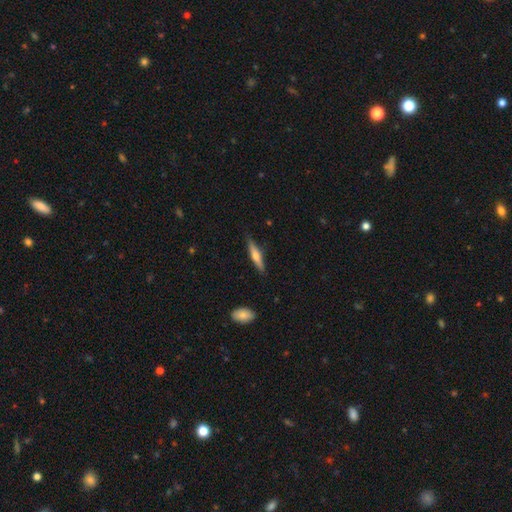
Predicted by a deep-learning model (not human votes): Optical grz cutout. It shows a featured or disk galaxy (51%) viewed edge-on (95%). Merging: none (87%).